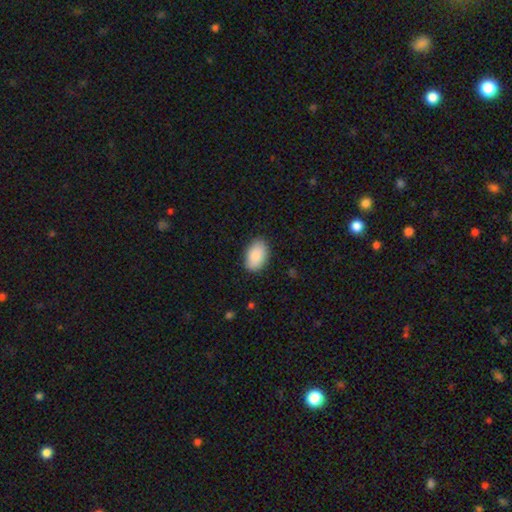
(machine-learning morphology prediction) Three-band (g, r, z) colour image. It shows a smooth galaxy with no disk features (89%) that is in between round and cigar-shaped (92%). Merging: none (86%).